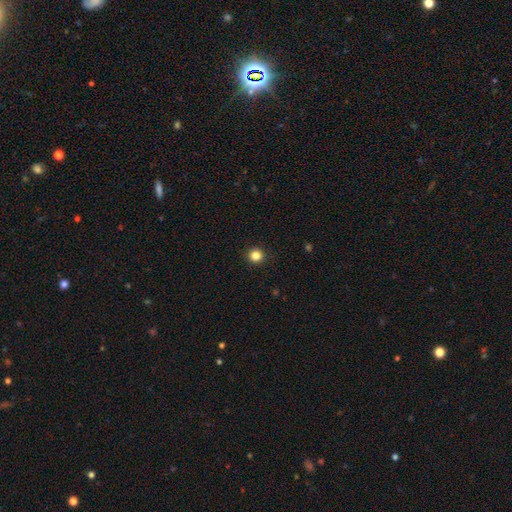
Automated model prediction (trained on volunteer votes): smooth 84%, star or artifact 12%, featured or disk 4%. Down the decision tree: how rounded — round (94%); merging — none (93%).